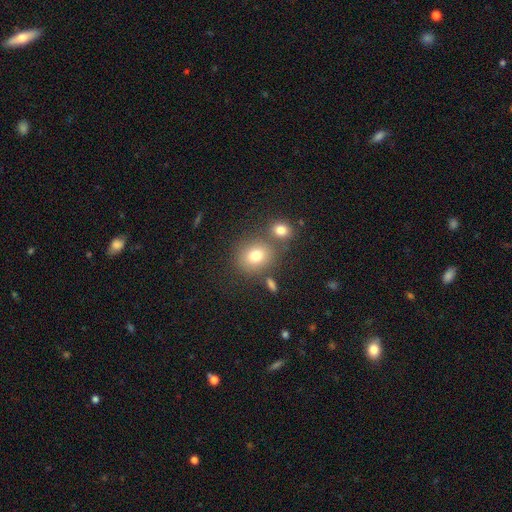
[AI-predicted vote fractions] Morphology: type=smooth (78%); roundness=round (71%); merging=none (65%).